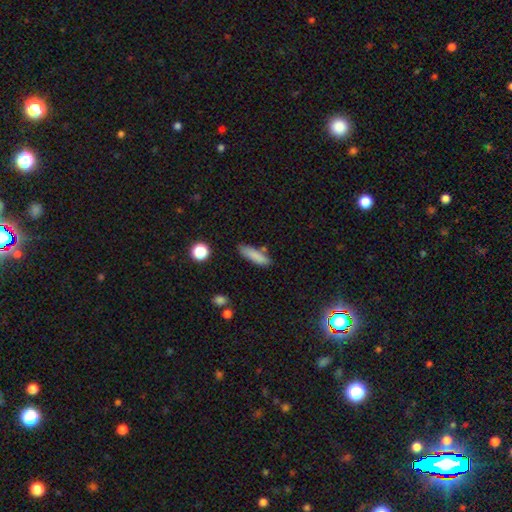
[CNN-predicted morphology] Overall: smooth (83%). How rounded: cigar-shaped (67%; in between 31%). Merging: none (74%).